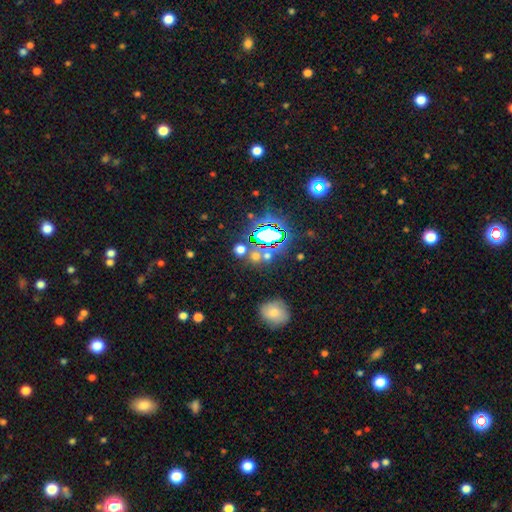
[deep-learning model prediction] Smooth or featured? Predicted: star or artifact (p=0.47).